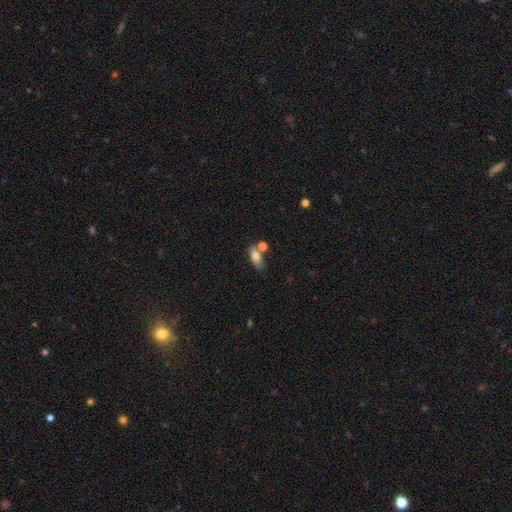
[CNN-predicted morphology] The model was most divided on "merging": none: 54%, merger: 23%, minor disturbance: 17%, major disturbance: 6%. More confident: how rounded — in between (77%); smooth or featured — smooth (75%).